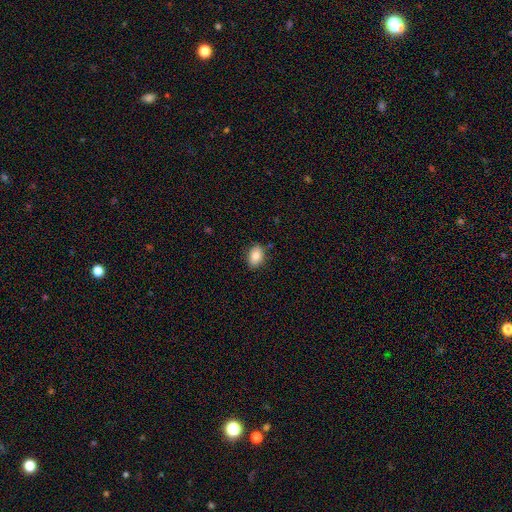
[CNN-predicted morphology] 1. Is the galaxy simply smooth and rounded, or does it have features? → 84% smooth, 8% featured or disk, 8% star or artifact.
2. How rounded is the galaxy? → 80% in between, 19% round, 1% cigar-shaped.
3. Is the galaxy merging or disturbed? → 85% none, 11% minor disturbance, 2% major disturbance, 2% merger.